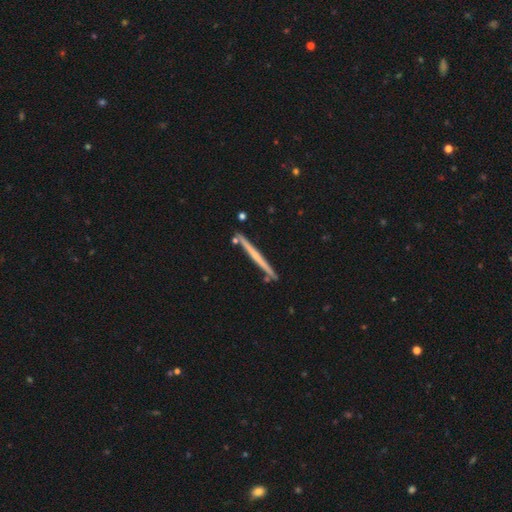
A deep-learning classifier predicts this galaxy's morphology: This is possibly a featured or disk galaxy (57%). It is clearly viewed edge-on (98%). Edge-on bulge: likely none (77%). Merging: clearly none (86%).